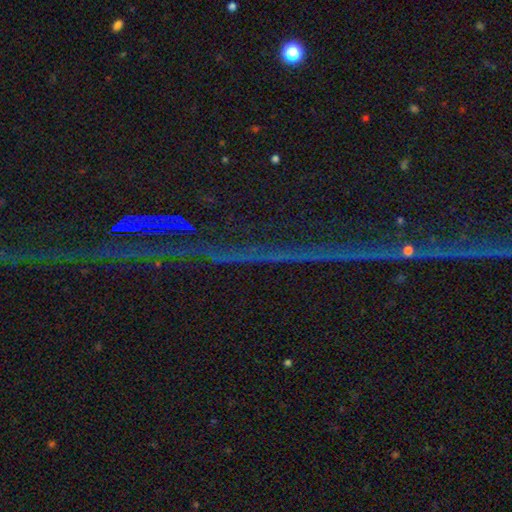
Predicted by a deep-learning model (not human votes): Smooth or featured: star or artifact — 83% (featured or disk — 10%)